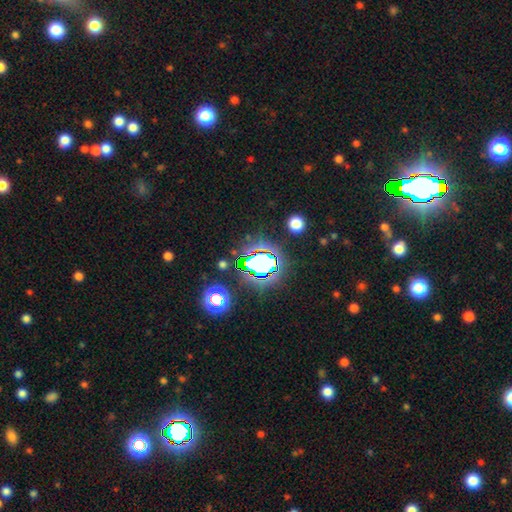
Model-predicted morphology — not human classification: star or artifact 73%, smooth 17%, featured or disk 10%.